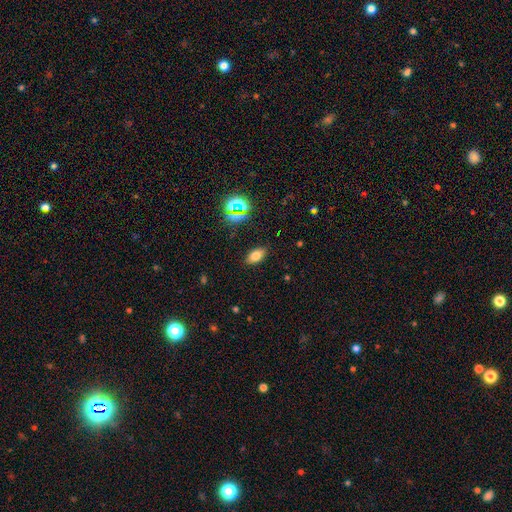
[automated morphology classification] Smooth or featured?
  - smooth: 72% *
  - star or artifact: 18%
  - featured or disk: 11%
How rounded?
  - in between: 90% *
  - round: 7%
  - cigar-shaped: 4%
Merging?
  - none: 87% *
  - minor disturbance: 9%
  - major disturbance: 3%
  - merger: 1%